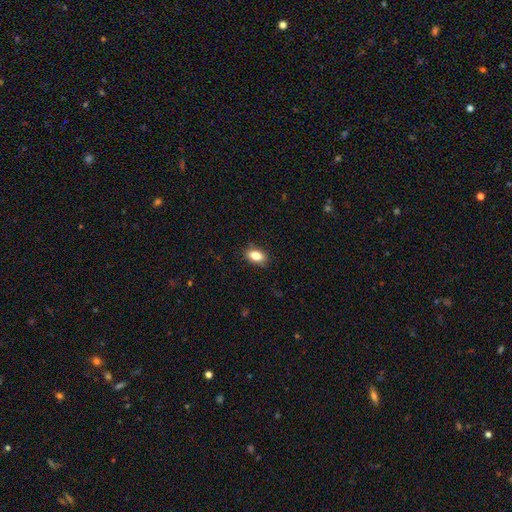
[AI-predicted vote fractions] This appears to be a smooth galaxy with no disk features (81%) that is in between round and cigar-shaped (85%). Merging: none (84%).